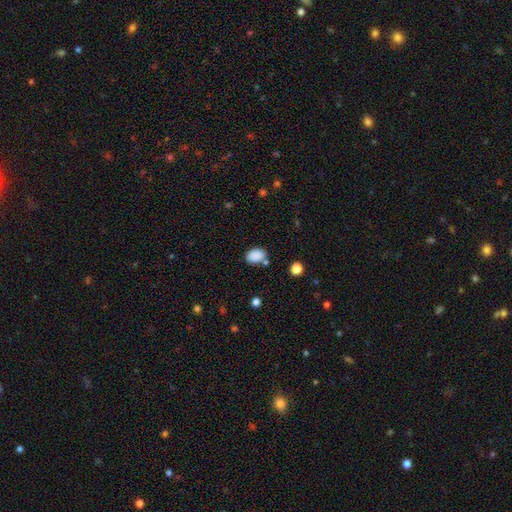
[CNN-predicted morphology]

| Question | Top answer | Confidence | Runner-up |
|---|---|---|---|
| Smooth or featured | smooth | 87% | star or artifact (9%) |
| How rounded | in between | 82% | round (17%) |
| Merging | none | 74% | minor disturbance (15%) |